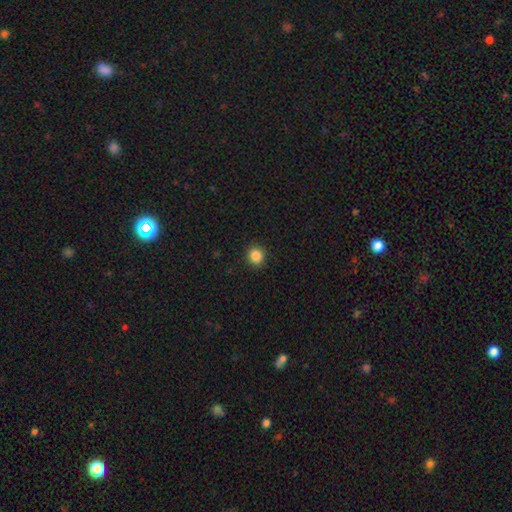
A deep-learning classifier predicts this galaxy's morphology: Smooth or featured? Predicted: smooth (p=0.86). How rounded? Predicted: round (p=0.85). Merging? Predicted: none (p=0.92).